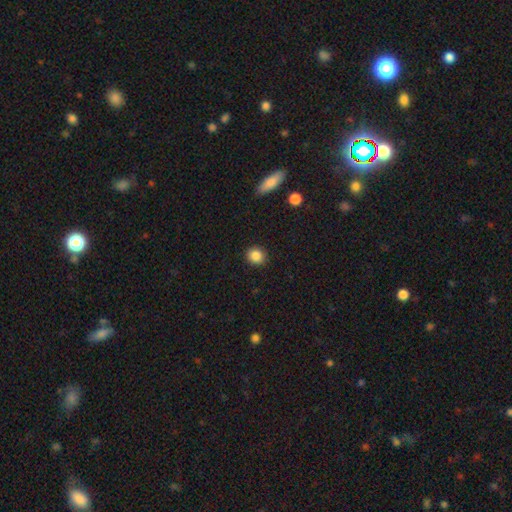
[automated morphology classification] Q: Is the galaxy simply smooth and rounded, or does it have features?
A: smooth — 86%.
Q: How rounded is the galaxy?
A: round — 81%.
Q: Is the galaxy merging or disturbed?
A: none — 91%.